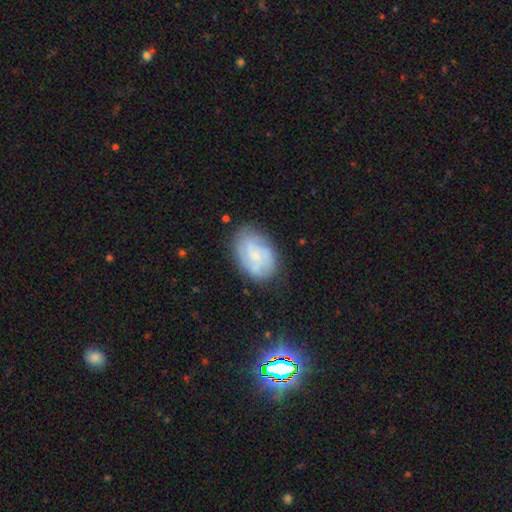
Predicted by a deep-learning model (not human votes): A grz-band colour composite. It shows a featured or disk galaxy (61%) with no bar (62%), tight (49%) spiral arms (85%) and a small central bulge (62%). Merging: none (74%).